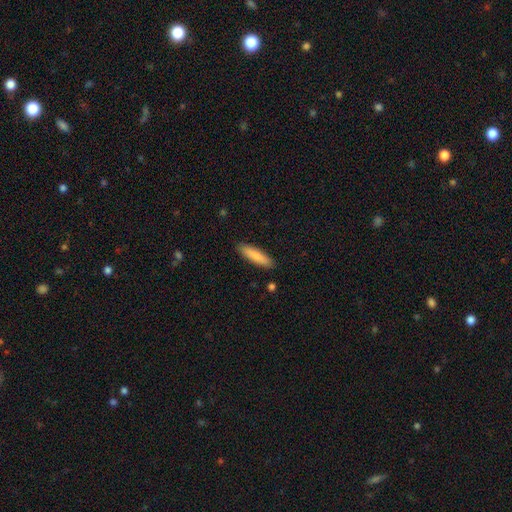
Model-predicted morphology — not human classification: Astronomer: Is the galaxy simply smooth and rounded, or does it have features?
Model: smooth — 84%.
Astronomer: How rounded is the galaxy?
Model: cigar-shaped — 75%.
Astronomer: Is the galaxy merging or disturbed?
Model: none — 89%.